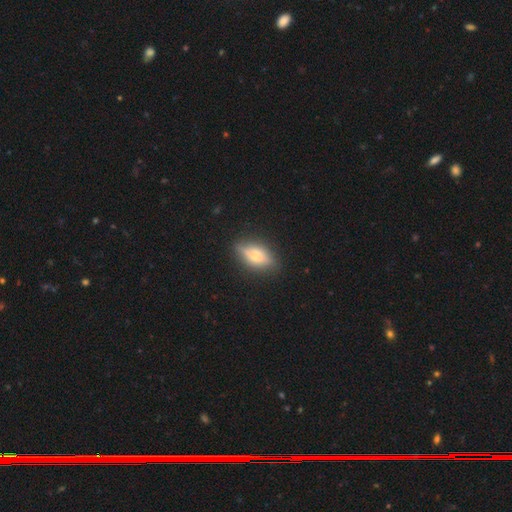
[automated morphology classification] The model was most divided on "smooth or featured": featured or disk: 47%, smooth: 44%, star or artifact: 9%. More confident: merging — none (79%).